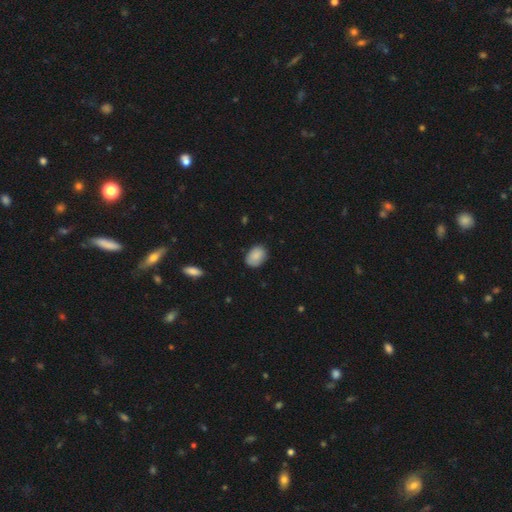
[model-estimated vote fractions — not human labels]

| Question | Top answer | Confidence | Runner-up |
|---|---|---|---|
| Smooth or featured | smooth | 87% | star or artifact (7%) |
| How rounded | in between | 79% | round (20%) |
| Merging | none | 80% | minor disturbance (16%) |